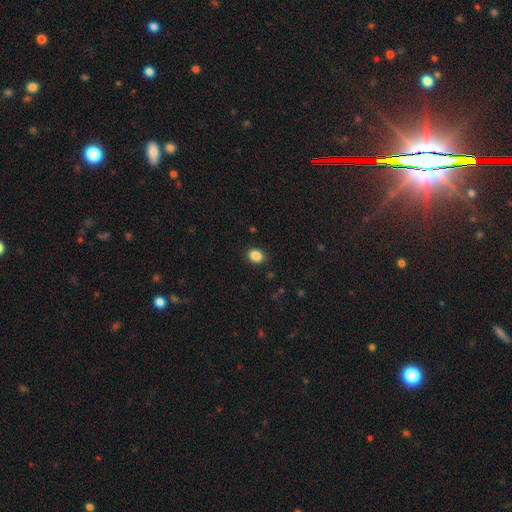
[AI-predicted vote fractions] Q: Smooth or featured?
A: smooth (88%); runner-up: star or artifact (9%)
Q: How rounded?
A: in between (60%); runner-up: round (39%)
Q: Merging?
A: none (87%); runner-up: minor disturbance (9%)